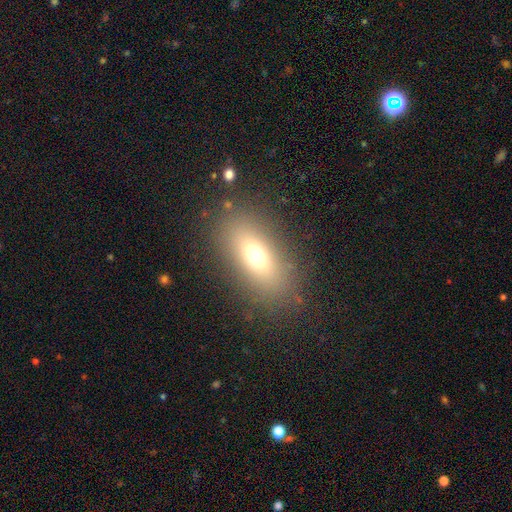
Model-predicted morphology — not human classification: smooth 67%, featured or disk 19%, star or artifact 13%. Down the decision tree: how rounded — in between (78%); merging — none (84%).